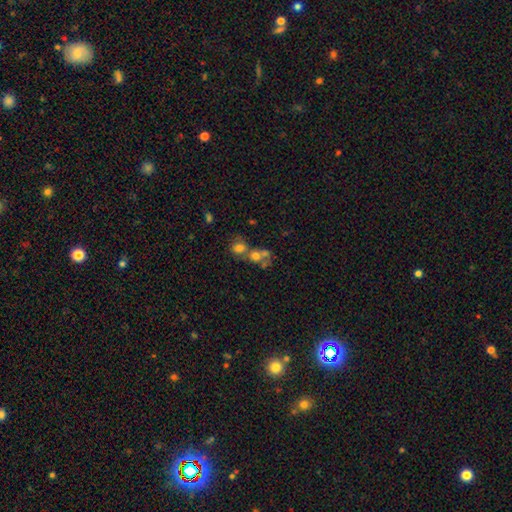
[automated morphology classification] smooth_or_featured: smooth (p=0.46) [alt: star or artifact p=0.31]
merging: merger (p=0.54) [alt: none p=0.32]